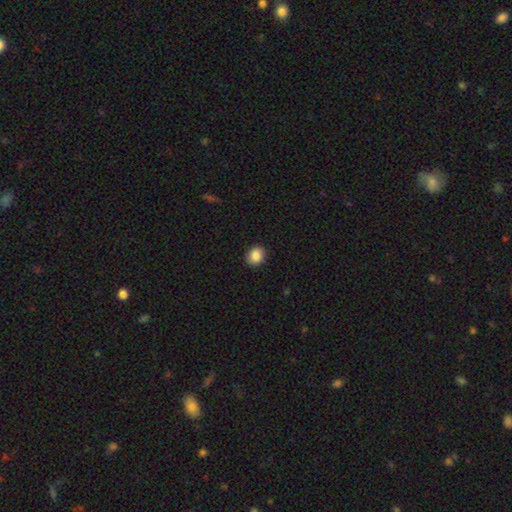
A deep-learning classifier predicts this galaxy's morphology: Smooth or featured? smooth (87%)
How rounded? round (72%)
Merging? none (90%)